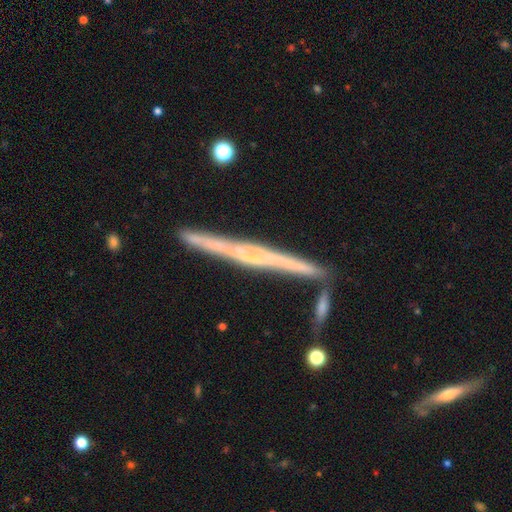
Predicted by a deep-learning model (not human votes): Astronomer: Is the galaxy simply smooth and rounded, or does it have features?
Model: featured or disk — 74%.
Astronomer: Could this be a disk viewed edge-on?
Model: yes — 97%.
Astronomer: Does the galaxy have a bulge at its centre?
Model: none — 64%.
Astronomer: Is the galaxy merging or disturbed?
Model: none — 79%.